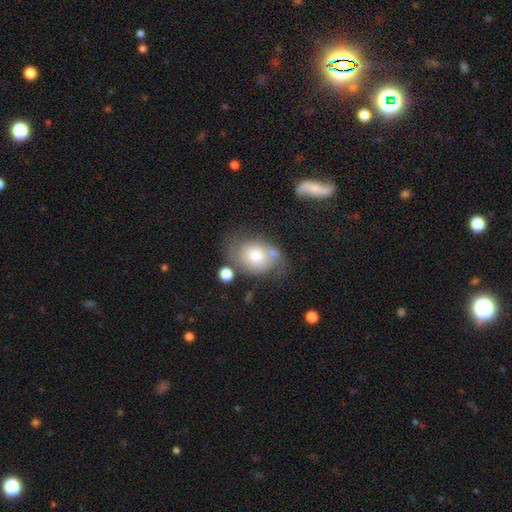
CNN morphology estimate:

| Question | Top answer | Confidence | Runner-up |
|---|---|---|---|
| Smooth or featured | smooth | 54% | featured or disk (38%) |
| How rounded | in between | 62% | round (37%) |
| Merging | none | 52% | minor disturbance (24%) |